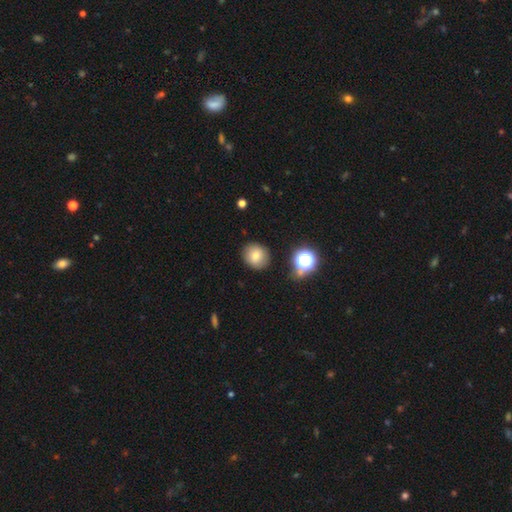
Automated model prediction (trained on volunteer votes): smooth-or-featured: smooth: 77% | star or artifact: 12% | featured or disk: 11%
  how-rounded: round: 83% | in between: 16% | cigar-shaped: 1%
  merging: none: 85% | minor disturbance: 10% | major disturbance: 3% | merger: 2%